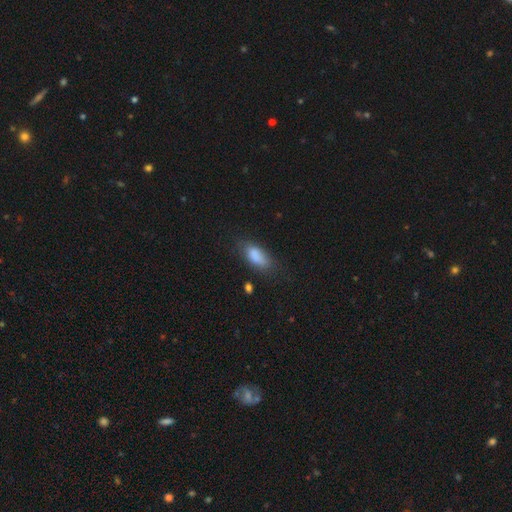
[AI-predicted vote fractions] smooth-or-featured: smooth: 83% | featured or disk: 8% | star or artifact: 8%
  how-rounded: in between: 84% | cigar-shaped: 12% | round: 3%
  merging: none: 63% | minor disturbance: 26% | major disturbance: 9% | merger: 3%